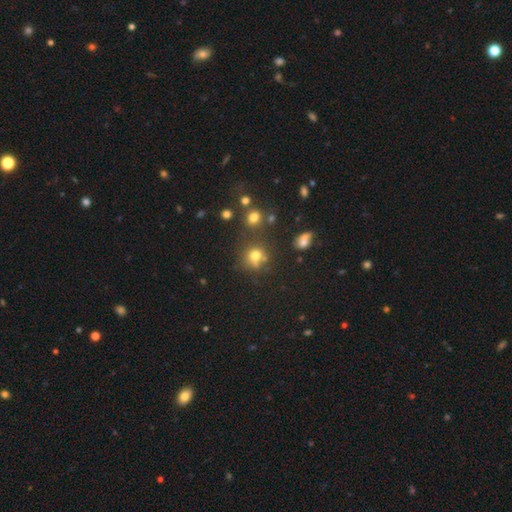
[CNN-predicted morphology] This is likely a smooth galaxy (71%). How rounded: clearly round (83%). Merging: likely none (62%).